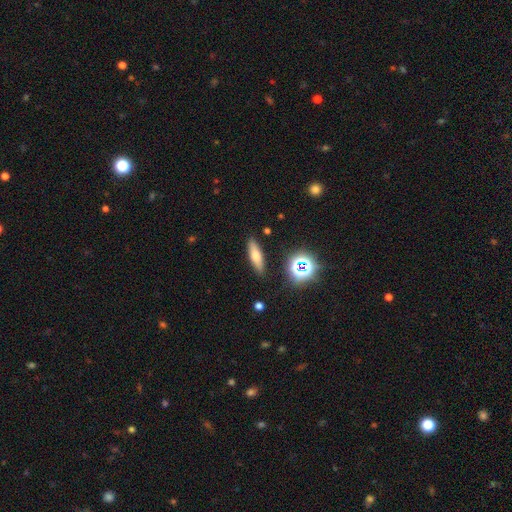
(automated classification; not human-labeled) Morphology: type=smooth (59%); roundness=cigar-shaped (58%); merging=none (87%).